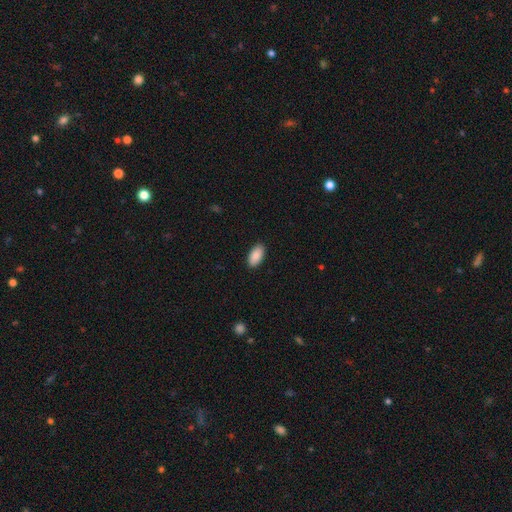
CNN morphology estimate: smooth-or-featured: smooth: 91% | star or artifact: 6% | featured or disk: 3%
  how-rounded: in between: 94% | cigar-shaped: 4% | round: 2%
  merging: none: 90% | minor disturbance: 8% | major disturbance: 2% | merger: 1%